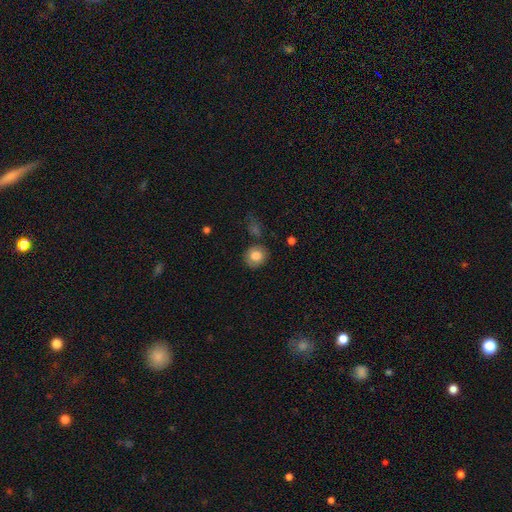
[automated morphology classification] Smooth or featured? Predicted: smooth (p=0.80). How rounded? Predicted: round (p=0.83). Merging? Predicted: none (p=0.84).